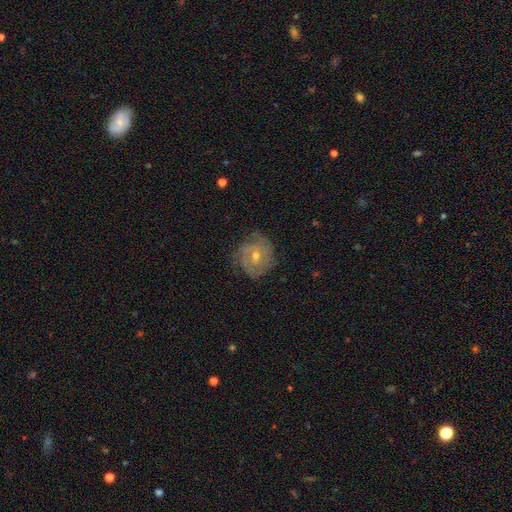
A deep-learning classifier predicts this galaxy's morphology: This is likely a featured or disk galaxy (76%). It is clearly not viewed edge-on (97%). Bar: likely no (60%). Spiral arm pattern: clearly yes (92%). Spiral arm count: marginally can't tell (34%). Spiral winding: likely tight (67%). Central bulge: possibly moderate (49%). Merging: likely none (76%).